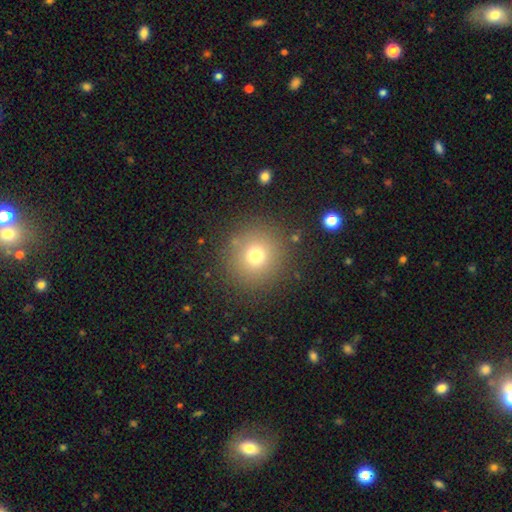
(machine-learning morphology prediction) Smooth or featured: smooth — 72% (star or artifact — 17%)
How rounded: round — 93% (in between — 6%)
Merging: none — 87% (minor disturbance — 7%)